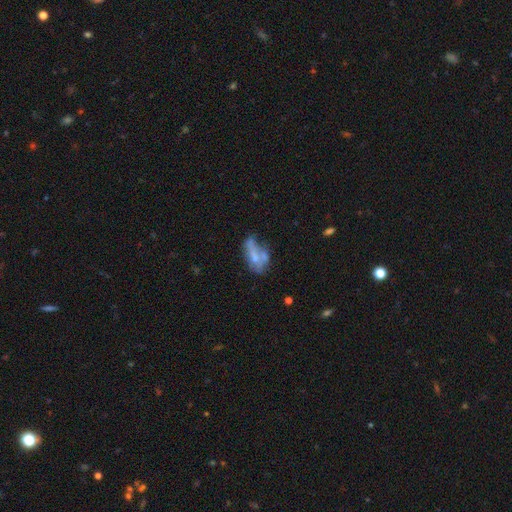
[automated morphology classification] Smooth or featured: smooth — 46% (featured or disk — 44%)
Merging: merger — 29% (none — 27%)